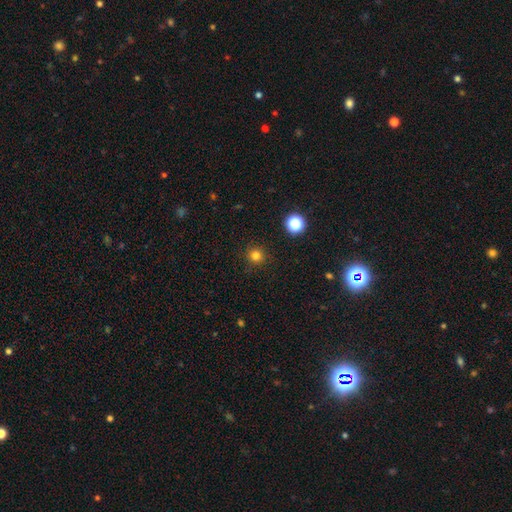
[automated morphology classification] Smooth or featured? Predicted: smooth (p=0.80). How rounded? Predicted: round (p=0.95). Merging? Predicted: none (p=0.91).